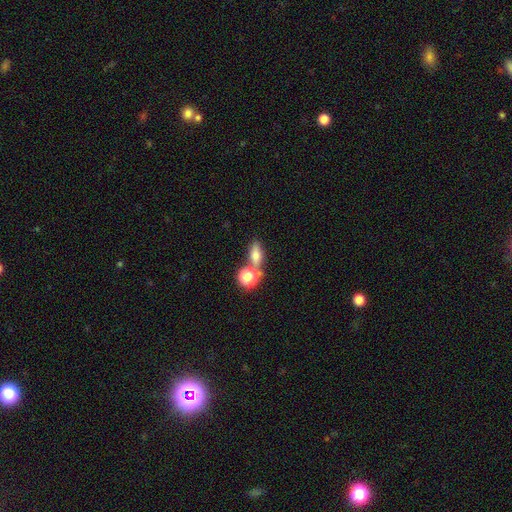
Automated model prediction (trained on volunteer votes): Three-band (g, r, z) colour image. It shows a smooth galaxy with no disk features (64%) that is in between round and cigar-shaped (57%). Merging: none (58%).